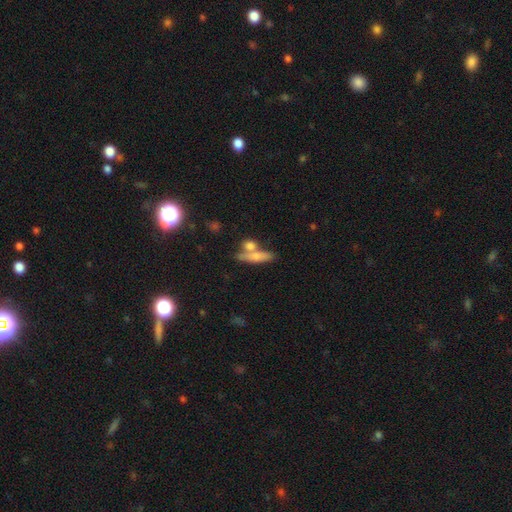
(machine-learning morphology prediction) smooth 65%, featured or disk 27%, star or artifact 8%. Down the decision tree: how rounded — cigar-shaped (61%); merging — none (52%).